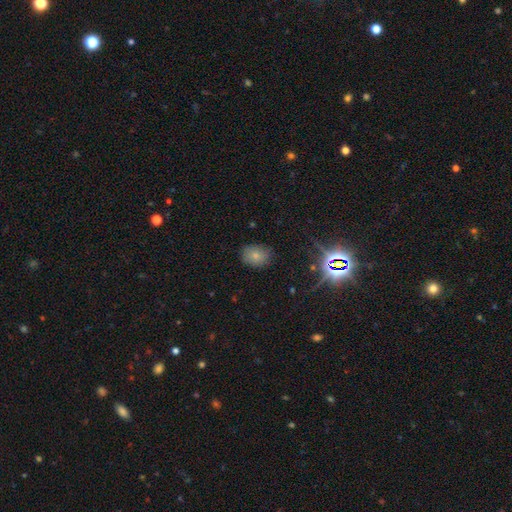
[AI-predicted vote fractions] Q: Smooth or featured?
A: smooth (76%); runner-up: star or artifact (14%)
Q: How rounded?
A: in between (61%); runner-up: round (38%)
Q: Merging?
A: none (79%); runner-up: minor disturbance (16%)